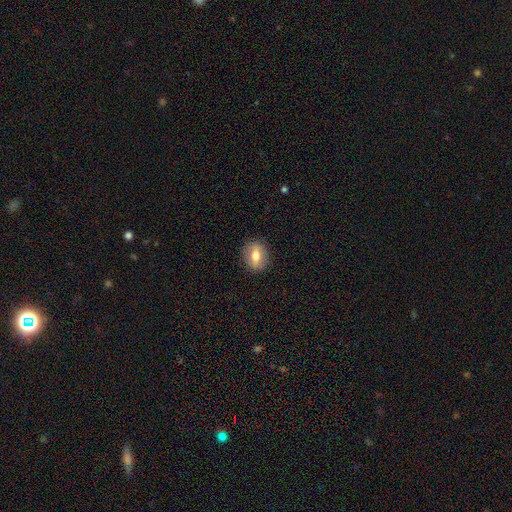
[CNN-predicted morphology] Smooth or featured?
  - smooth: 63% *
  - featured or disk: 28%
  - star or artifact: 8%
How rounded?
  - in between: 49% *
  - round: 48%
  - cigar-shaped: 3%
Merging?
  - none: 87% *
  - minor disturbance: 9%
  - major disturbance: 3%
  - merger: 1%